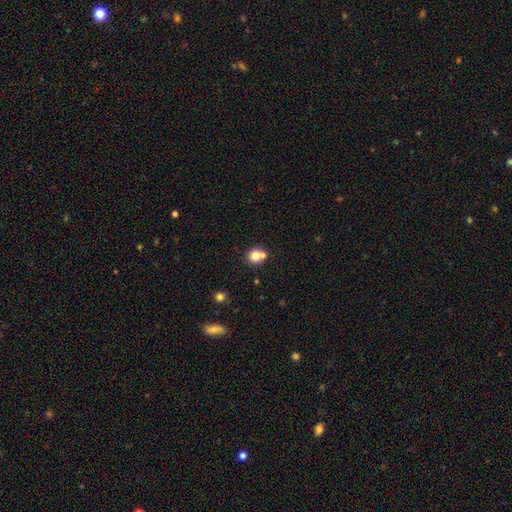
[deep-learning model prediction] A smooth galaxy with no disk features (78%) that is round (87%). Merging: none (51%).